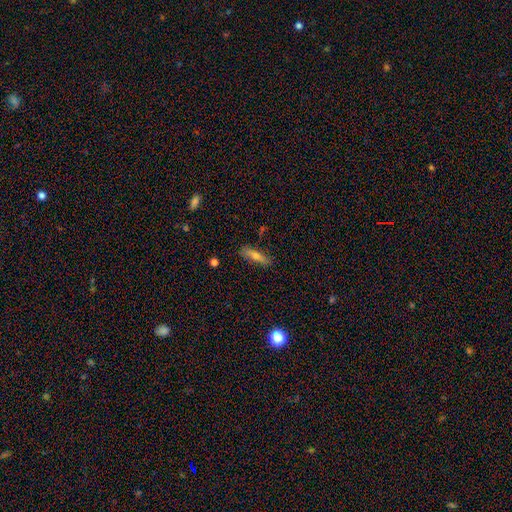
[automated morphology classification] smooth_or_featured: smooth (p=0.56) [alt: featured or disk p=0.36]
how_rounded: cigar-shaped (p=0.72) [alt: in between p=0.25]
merging: none (p=0.83) [alt: minor disturbance p=0.13]